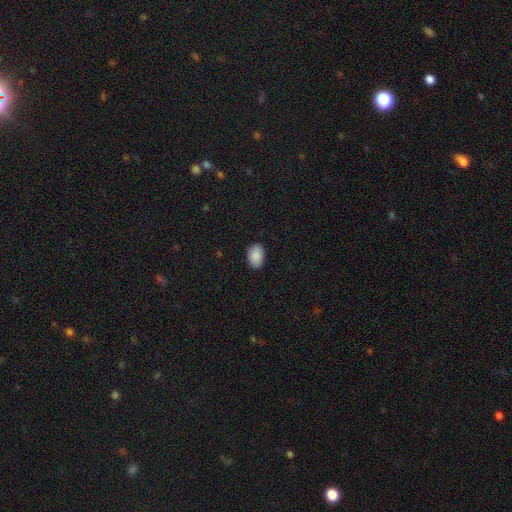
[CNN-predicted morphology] Smooth or featured? Predicted: smooth (p=0.90). How rounded? Predicted: in between (p=0.88). Merging? Predicted: none (p=0.88).